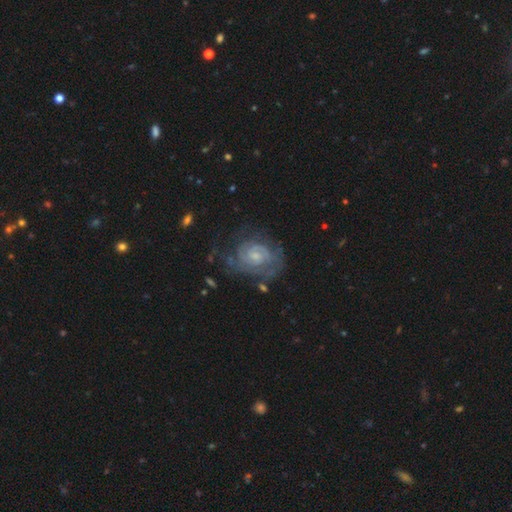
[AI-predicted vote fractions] The model was most divided on "spiral arm count": can't tell: 39%, 2: 35%, 3: 11%, 1: 6%, 4: 5%, more than 4: 4%. More confident: edge-on disk — no (98%); spiral arms — yes (89%); smooth or featured — featured or disk (80%); bar — no (63%); spiral winding — tight (62%); bulge size — small (60%); merging — none (59%).